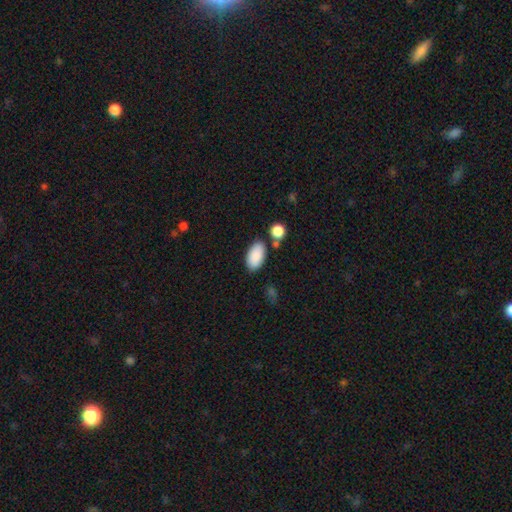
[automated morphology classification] A smooth galaxy with no disk features (89%) that is in between round and cigar-shaped (95%). Merging: none (78%).